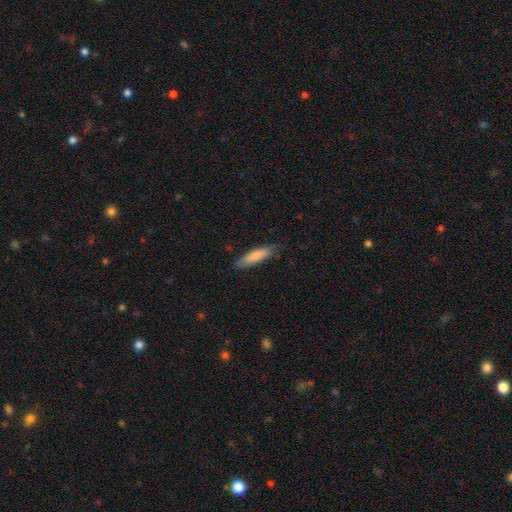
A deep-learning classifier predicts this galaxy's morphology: smooth-or-featured: smooth: 82% | featured or disk: 13% | star or artifact: 5%
  how-rounded: cigar-shaped: 68% | in between: 31% | round: 1%
  merging: none: 82% | minor disturbance: 14% | major disturbance: 2% | merger: 1%